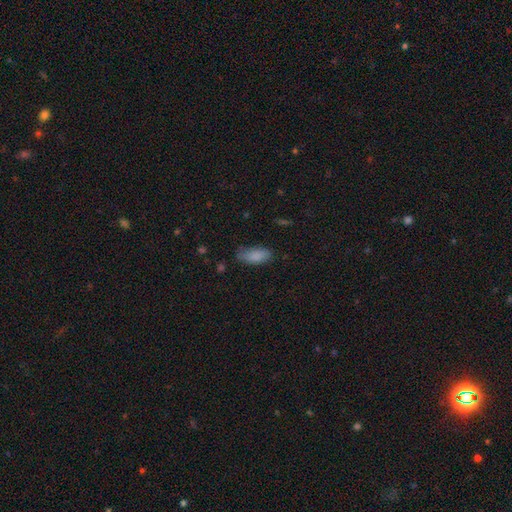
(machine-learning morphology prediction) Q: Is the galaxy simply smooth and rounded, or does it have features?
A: smooth — 86%.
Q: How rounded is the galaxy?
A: in between — 87%.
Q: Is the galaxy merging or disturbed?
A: none — 71%.